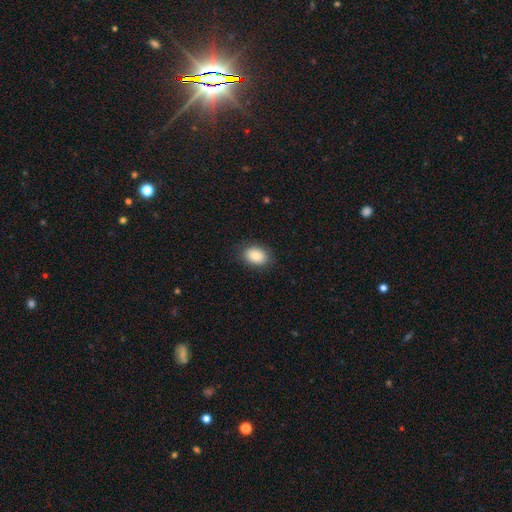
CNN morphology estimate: Smooth or featured? Predicted: smooth (p=0.87). How rounded? Predicted: in between (p=0.79). Merging? Predicted: none (p=0.86).